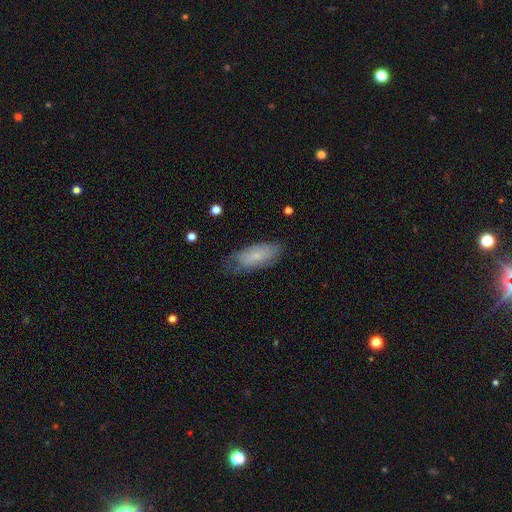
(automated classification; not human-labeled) Smooth or featured: smooth — 65% (featured or disk — 28%)
How rounded: in between — 80% (cigar-shaped — 18%)
Merging: none — 60% (minor disturbance — 29%)